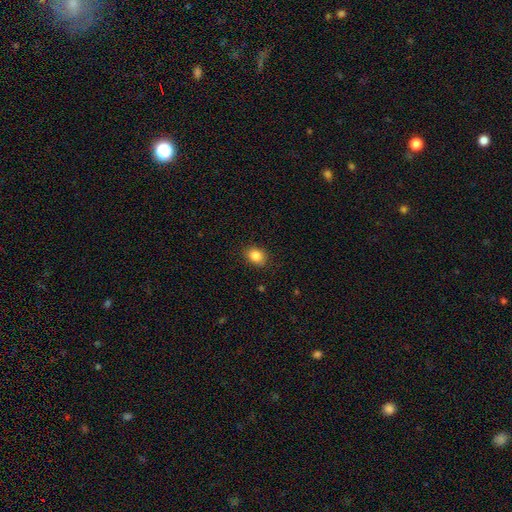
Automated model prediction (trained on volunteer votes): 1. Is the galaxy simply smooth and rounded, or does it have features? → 86% smooth, 9% star or artifact, 5% featured or disk.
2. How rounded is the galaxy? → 61% in between, 38% round, 1% cigar-shaped.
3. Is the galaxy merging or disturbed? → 86% none, 10% minor disturbance, 3% major disturbance, 1% merger.